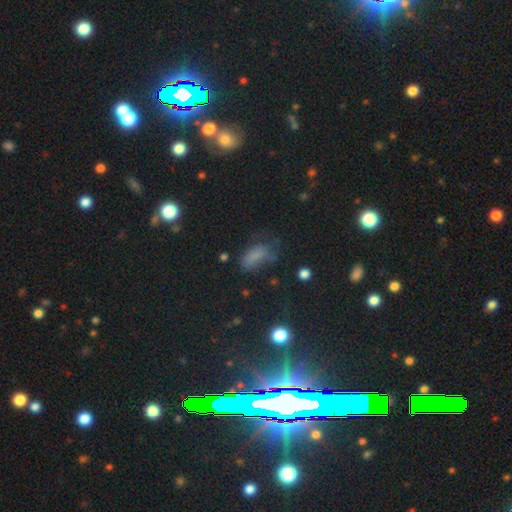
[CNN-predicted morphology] smooth 63%, star or artifact 23%, featured or disk 13%. Down the decision tree: how rounded — in between (82%); merging — none (42%).